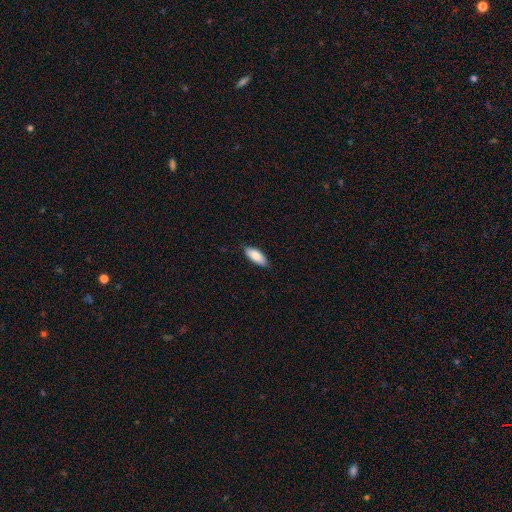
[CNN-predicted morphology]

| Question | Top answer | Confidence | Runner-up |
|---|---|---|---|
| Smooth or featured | smooth | 83% | featured or disk (11%) |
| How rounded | in between | 80% | cigar-shaped (19%) |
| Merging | none | 84% | minor disturbance (14%) |